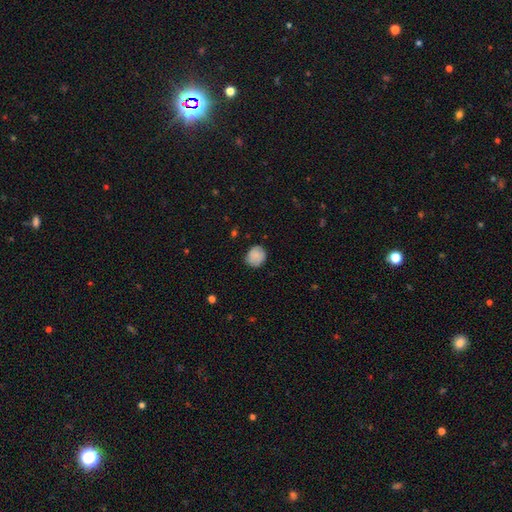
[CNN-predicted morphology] The model was most divided on "how rounded": round: 74%, in between: 25%, cigar-shaped: 1%. More confident: smooth or featured — smooth (84%); merging — none (80%).